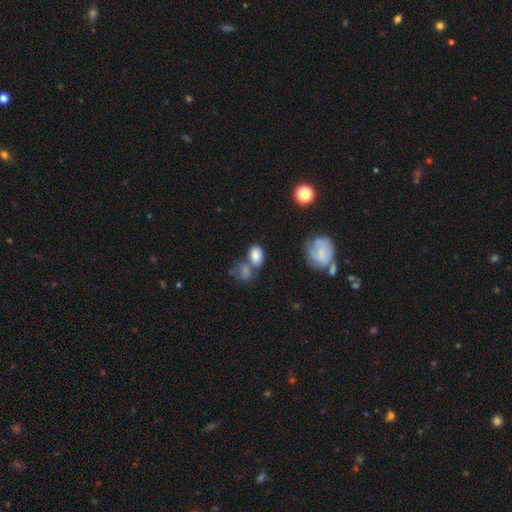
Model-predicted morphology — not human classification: A smooth galaxy with no disk features (80%) that is in between round and cigar-shaped (78%).

Vote fractions:
- Smooth or featured? smooth: 80% / featured or disk: 11% / star or artifact: 9%
- How rounded? in between: 78% / round: 20% / cigar-shaped: 1%
- Merging? none: 44% / merger: 32% / minor disturbance: 16% / major disturbance: 8%